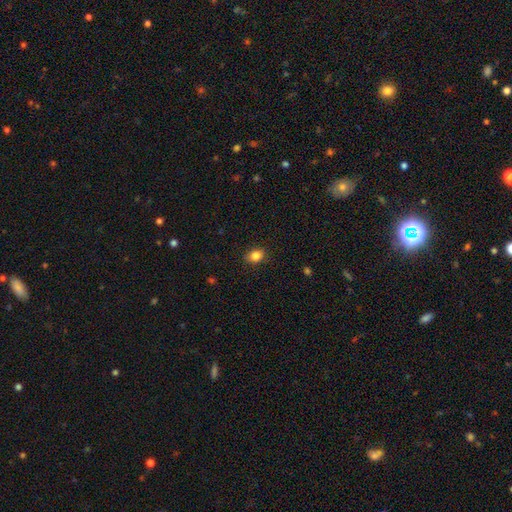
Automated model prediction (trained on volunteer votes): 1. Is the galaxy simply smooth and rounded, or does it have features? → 84% smooth, 10% star or artifact, 6% featured or disk.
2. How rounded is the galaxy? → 55% in between, 44% round, 1% cigar-shaped.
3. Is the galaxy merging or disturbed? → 87% none, 10% minor disturbance, 2% major disturbance, 1% merger.